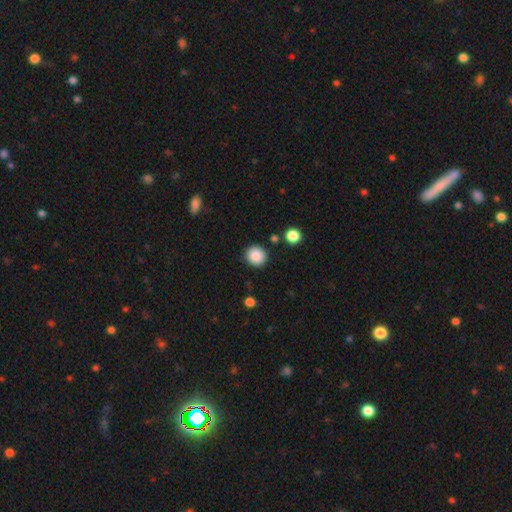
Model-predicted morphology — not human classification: The model was most divided on "smooth or featured": smooth: 88%, star or artifact: 9%, featured or disk: 3%. More confident: how rounded — round (90%); merging — none (88%).